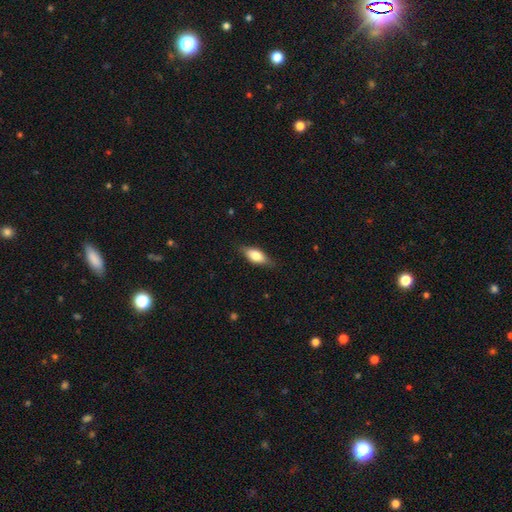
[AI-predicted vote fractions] Smooth or featured? smooth (73%)
How rounded? in between (80%)
Merging? none (79%)